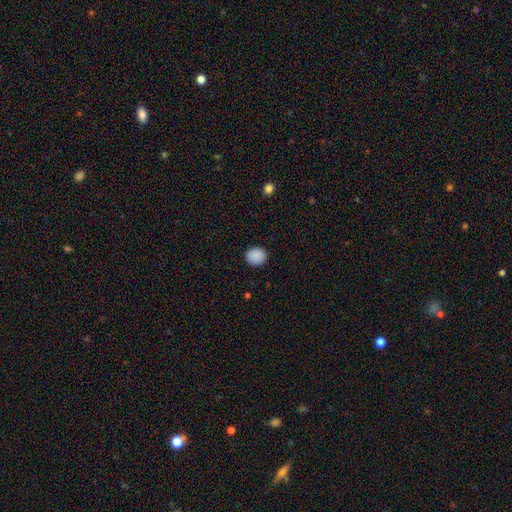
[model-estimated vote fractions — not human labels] This appears to be a smooth galaxy with no disk features (89%) that is round (81%). Merging: none (90%).